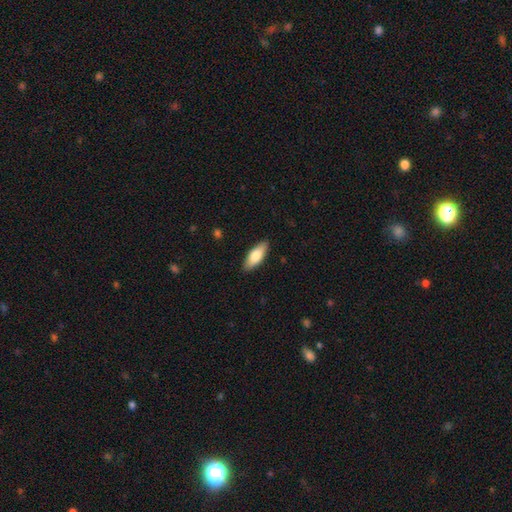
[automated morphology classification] Smooth or featured? Predicted: smooth (p=0.76). How rounded? Predicted: in between (p=0.72). Merging? Predicted: none (p=0.88).